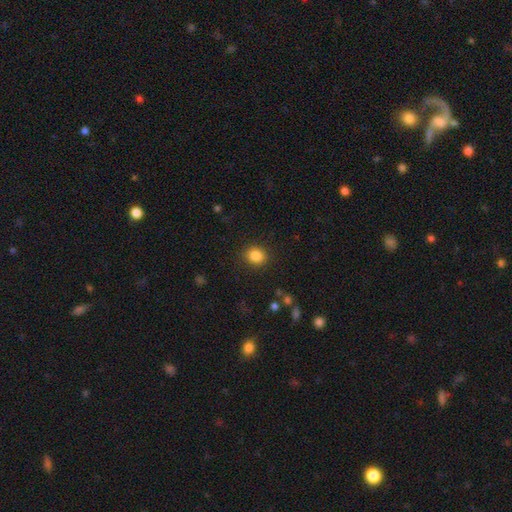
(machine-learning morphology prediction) This appears to be a smooth galaxy with no disk features (85%) that is round (78%). Merging: none (89%).